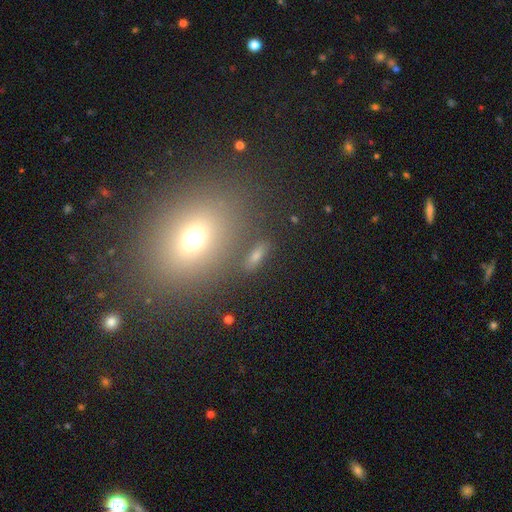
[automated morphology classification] This is possibly a smooth galaxy (57%). How rounded: possibly in between (59%). Merging: likely none (77%).